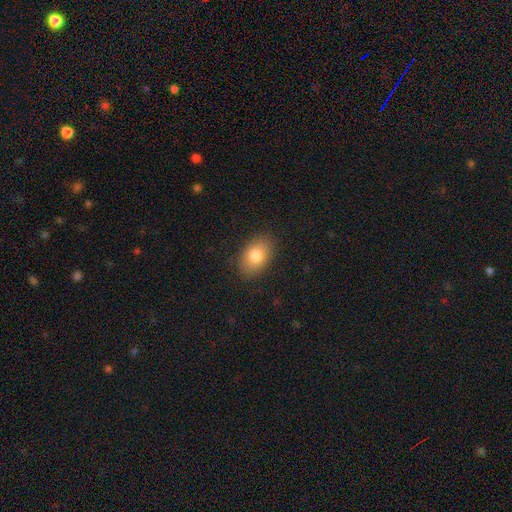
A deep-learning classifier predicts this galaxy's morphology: Overall: smooth (80%). How rounded: in between (86%). Merging: none (86%).